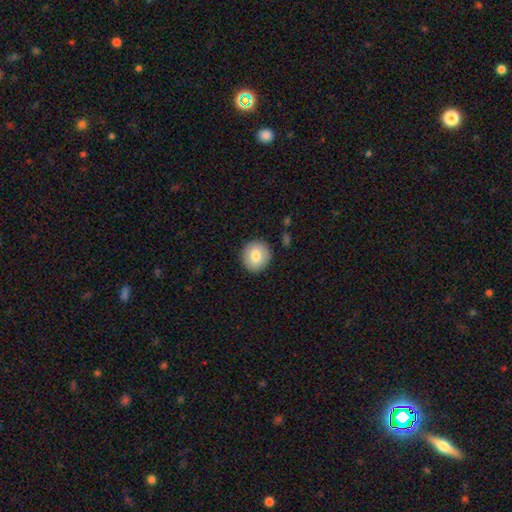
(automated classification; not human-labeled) Overall: smooth (79%). How rounded: round (86%). Merging: none (89%).